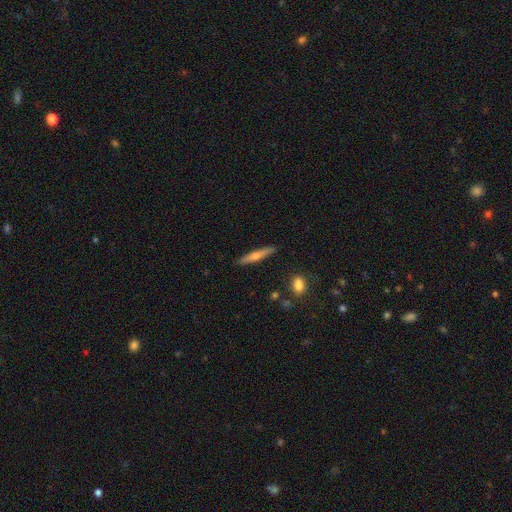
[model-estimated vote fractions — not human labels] Smooth or featured? smooth (50%)
Merging? none (89%)